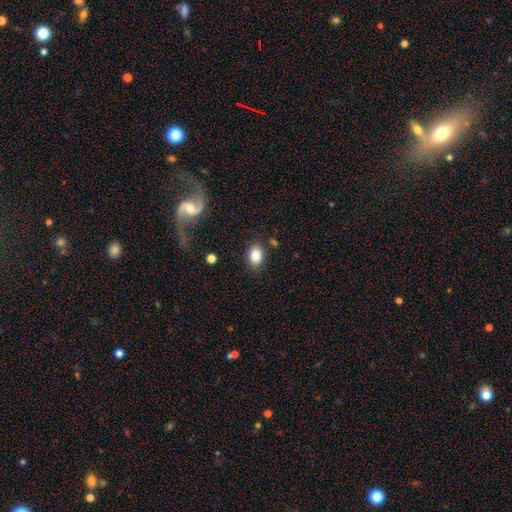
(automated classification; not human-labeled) This is clearly a smooth galaxy (84%). How rounded: likely in between (75%). Merging: clearly none (83%).